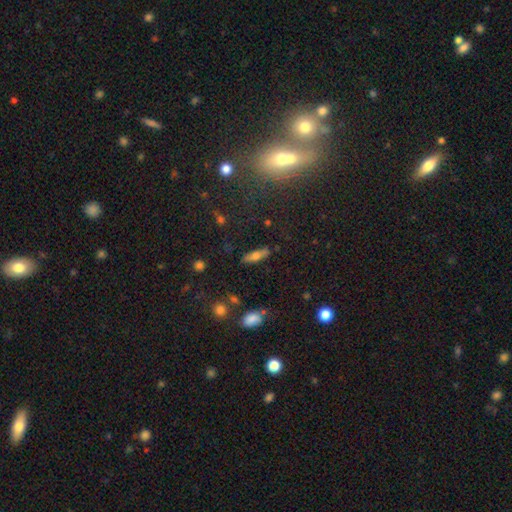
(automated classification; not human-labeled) Smooth or featured? smooth (61%)
How rounded? cigar-shaped (54%)
Merging? none (81%)